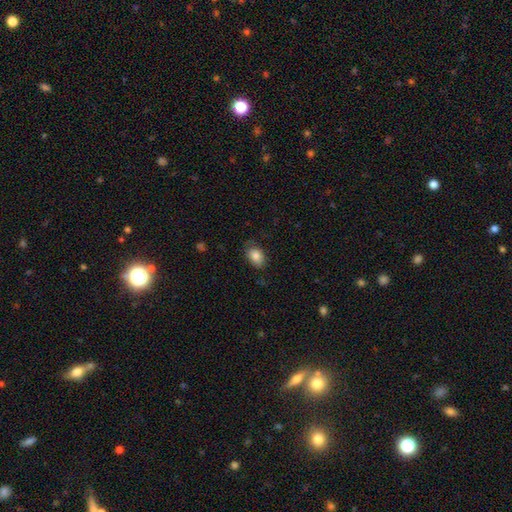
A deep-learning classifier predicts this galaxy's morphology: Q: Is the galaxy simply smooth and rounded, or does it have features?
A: smooth — 84%.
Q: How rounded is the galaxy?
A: in between — 83%.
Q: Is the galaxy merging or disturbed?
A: none — 74%.